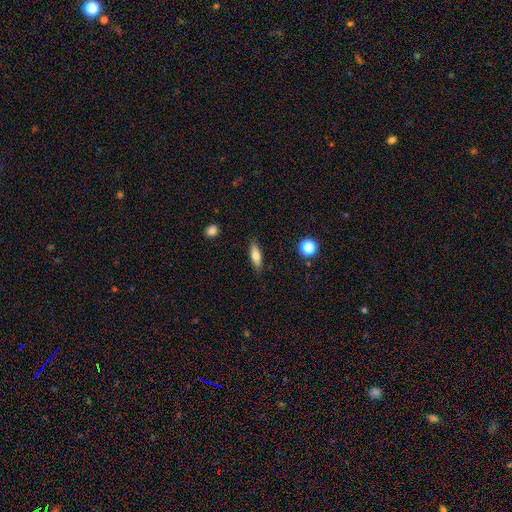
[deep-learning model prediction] The model was most divided on "how rounded": in between: 52%, cigar-shaped: 45%, round: 3%. More confident: merging — none (85%); smooth or featured — smooth (72%).